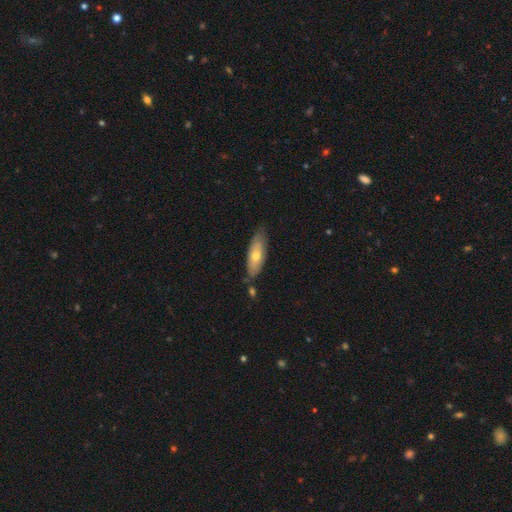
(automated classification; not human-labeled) Overall: smooth (59%; featured or disk 35%). How rounded: in between (64%; cigar-shaped 34%). Merging: none (68%).